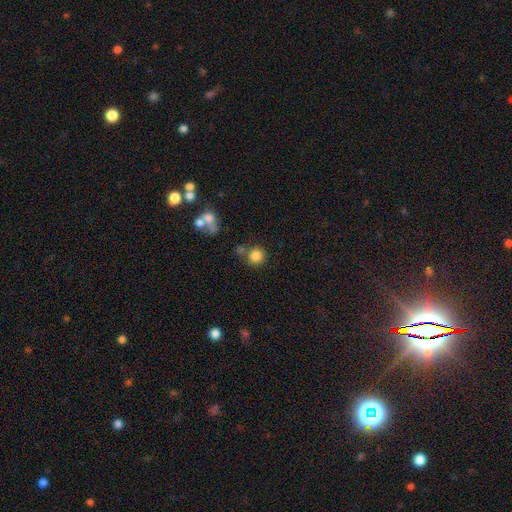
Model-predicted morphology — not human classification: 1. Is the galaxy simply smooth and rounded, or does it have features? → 83% smooth, 11% star or artifact, 6% featured or disk.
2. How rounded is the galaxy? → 90% round, 9% in between, 1% cigar-shaped.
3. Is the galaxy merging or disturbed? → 69% none, 15% merger, 11% minor disturbance, 5% major disturbance.